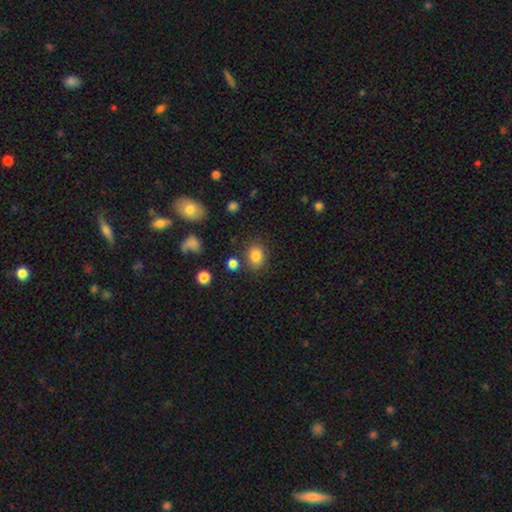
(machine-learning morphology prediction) smooth 82%, star or artifact 11%, featured or disk 7%. Down the decision tree: how rounded — round (60%); merging — none (79%).